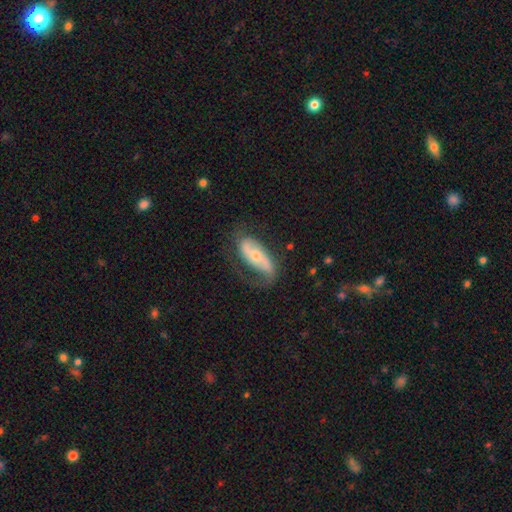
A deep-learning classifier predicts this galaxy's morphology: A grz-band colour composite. It shows a featured or disk galaxy (67%) with no bar (49%), spiral arms (81%) and a small central bulge (55%). Merging: none (53%).